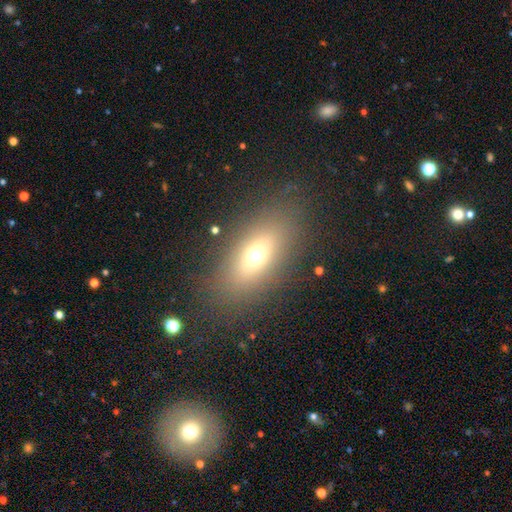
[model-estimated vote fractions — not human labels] Smooth or featured?
  - smooth: 63% *
  - featured or disk: 22%
  - star or artifact: 15%
How rounded?
  - in between: 77% *
  - cigar-shaped: 12%
  - round: 11%
Merging?
  - none: 82% *
  - minor disturbance: 10%
  - major disturbance: 7%
  - merger: 2%